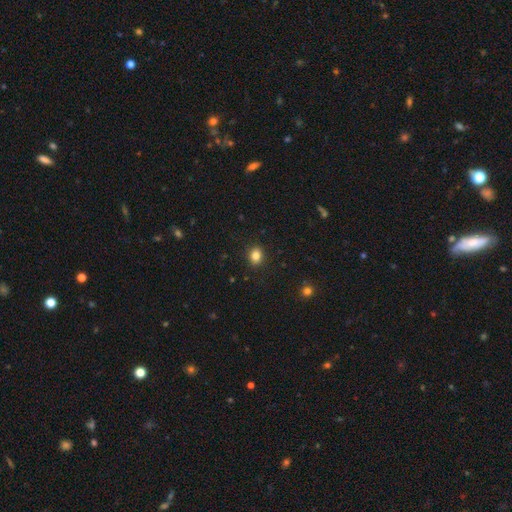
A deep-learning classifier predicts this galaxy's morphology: A smooth galaxy with no disk features (84%) that is round (56%).

Vote fractions:
- Smooth or featured? smooth: 84% / star or artifact: 11% / featured or disk: 5%
- How rounded? round: 56% / in between: 43% / cigar-shaped: 1%
- Merging? none: 90% / minor disturbance: 7% / major disturbance: 2% / merger: 1%